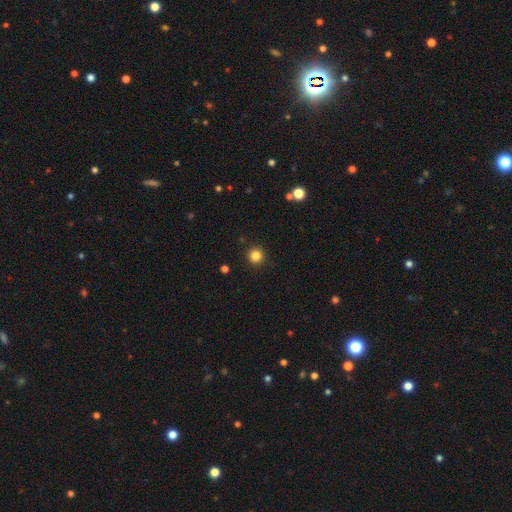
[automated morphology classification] This appears to be a smooth galaxy with no disk features (84%) that is round (96%). Merging: none (93%).